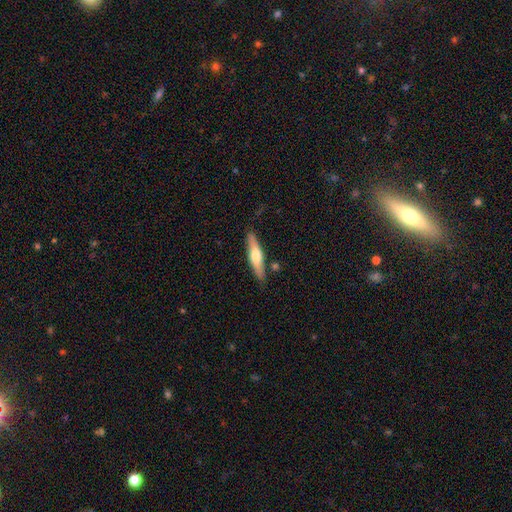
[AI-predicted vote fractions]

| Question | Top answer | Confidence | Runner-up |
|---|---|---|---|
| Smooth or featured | smooth | 49% | featured or disk (45%) |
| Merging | none | 83% | minor disturbance (12%) |